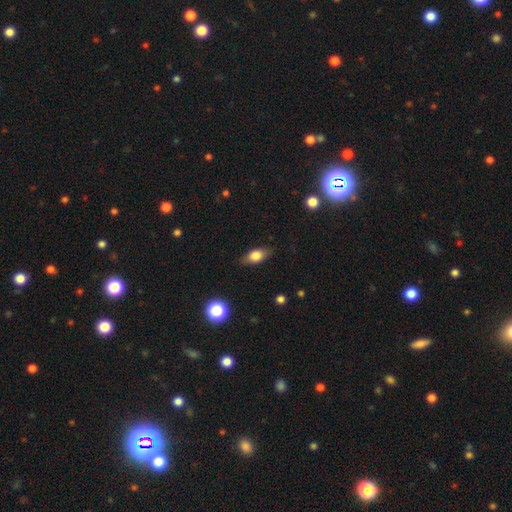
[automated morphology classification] smooth 74%, featured or disk 17%, star or artifact 8%. Down the decision tree: how rounded — in between (82%); merging — none (81%).